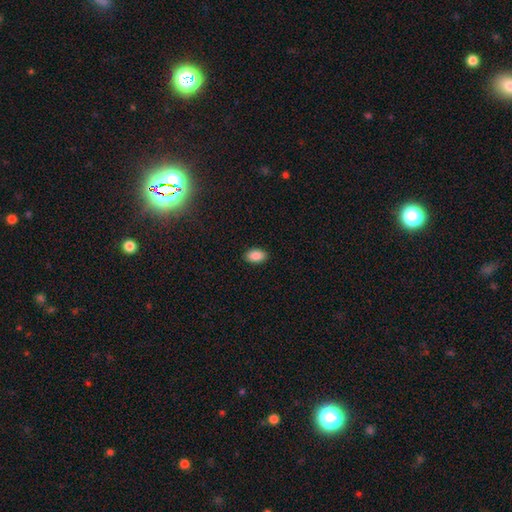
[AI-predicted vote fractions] smooth_or_featured: smooth (p=0.89) [alt: star or artifact p=0.08]
how_rounded: in between (p=0.91) [alt: round p=0.07]
merging: none (p=0.90) [alt: minor disturbance p=0.07]